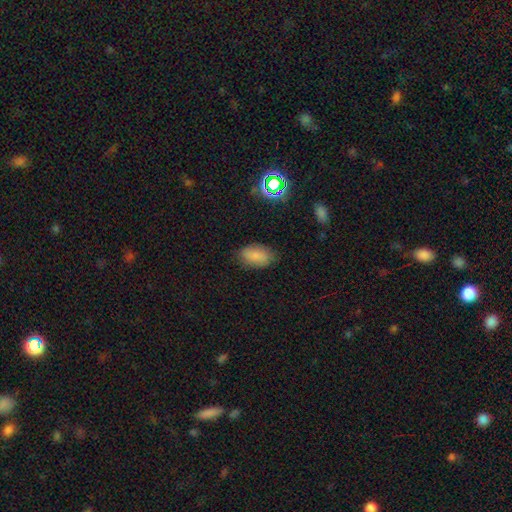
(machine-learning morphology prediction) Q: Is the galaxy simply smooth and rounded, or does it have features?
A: smooth — 79%.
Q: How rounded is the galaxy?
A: in between — 91%.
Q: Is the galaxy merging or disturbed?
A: none — 80%.